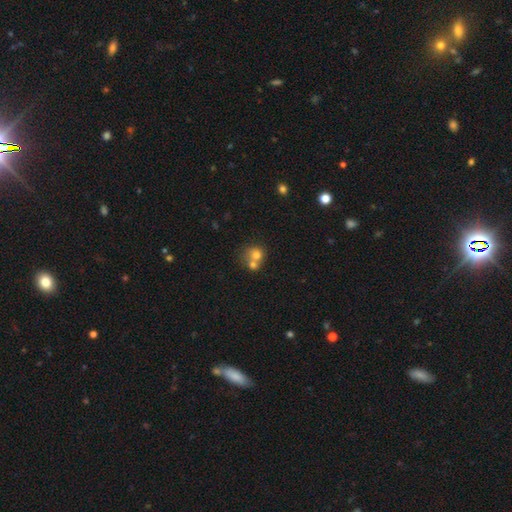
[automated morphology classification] Overall: smooth (71%). How rounded: round (78%). Merging: merger (59%; none 30%).